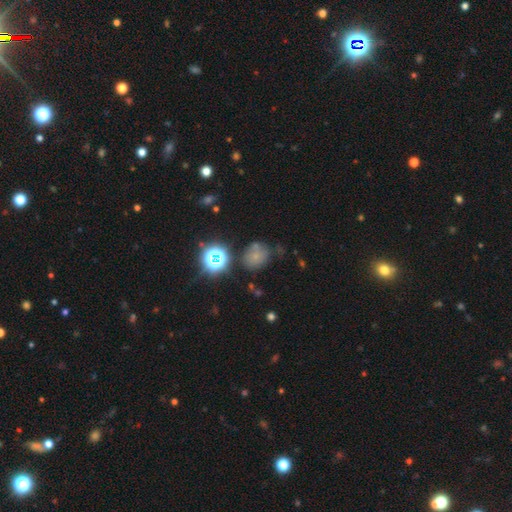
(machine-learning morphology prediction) This appears to be a smooth galaxy with no disk features (57%) that is round (69%). Merging: none (58%).